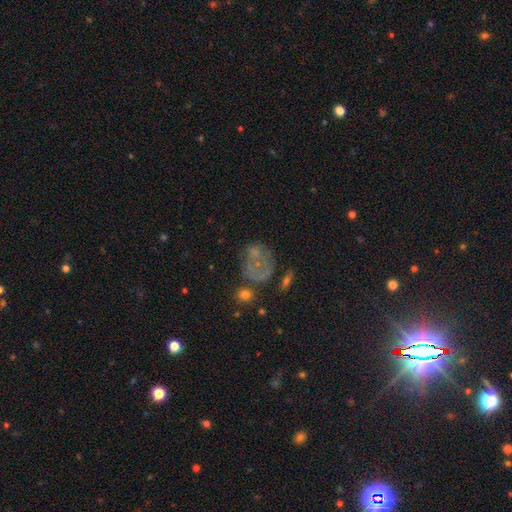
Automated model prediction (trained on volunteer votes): Morphology: type=smooth (41%); merging=none (37%).